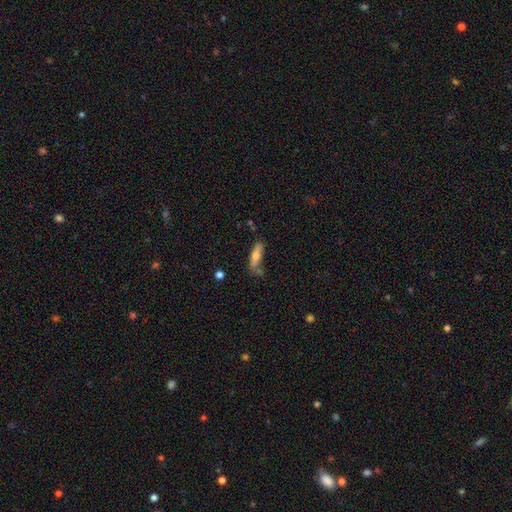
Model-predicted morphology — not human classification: Smooth or featured?
  - smooth: 67% *
  - featured or disk: 26%
  - star or artifact: 7%
How rounded?
  - cigar-shaped: 64% *
  - in between: 34%
  - round: 2%
Merging?
  - none: 62% *
  - minor disturbance: 22%
  - merger: 10%
  - major disturbance: 6%